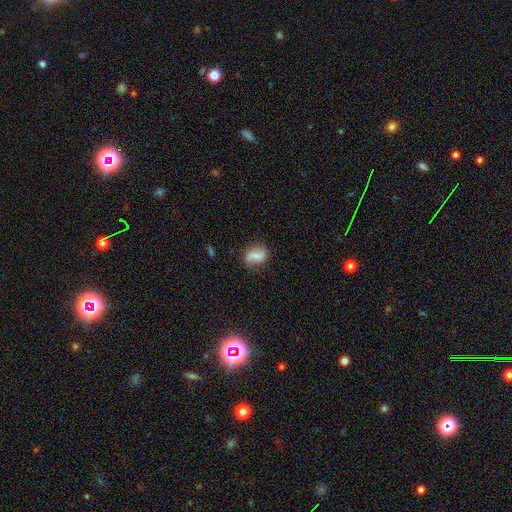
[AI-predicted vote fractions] Smooth or featured?
  - featured or disk: 49% *
  - smooth: 42%
  - star or artifact: 8%
Merging?
  - none: 75% *
  - minor disturbance: 18%
  - major disturbance: 5%
  - merger: 2%